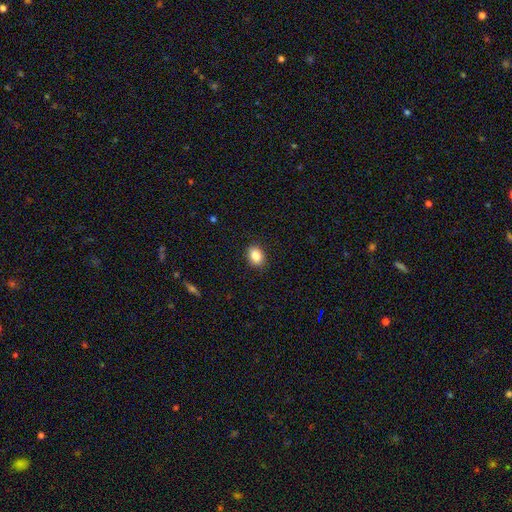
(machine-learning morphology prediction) smooth_or_featured: smooth (p=0.86) [alt: star or artifact p=0.09]
how_rounded: in between (p=0.67) [alt: round p=0.32]
merging: none (p=0.90) [alt: minor disturbance p=0.07]